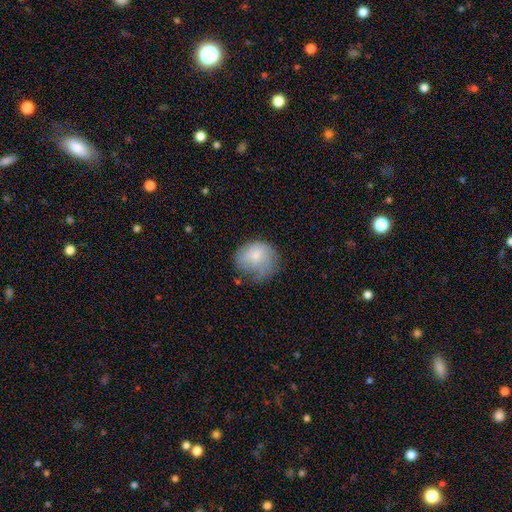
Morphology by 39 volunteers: Q: Smooth or featured?
A: smooth (64%); runner-up: featured or disk (31%)
Q: How rounded?
A: round (96%); runner-up: in between (4%)
Q: Merging?
A: none (46%); runner-up: minor disturbance (43%)